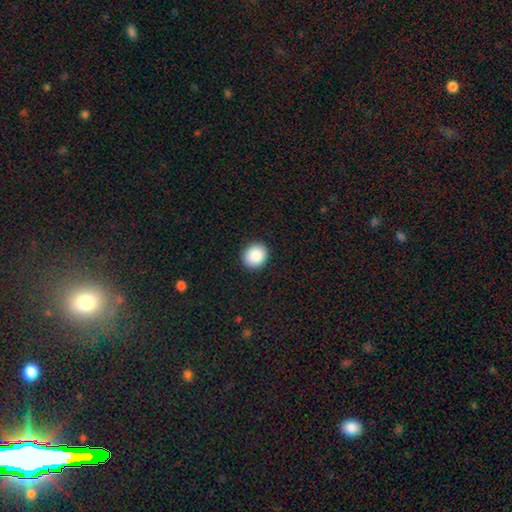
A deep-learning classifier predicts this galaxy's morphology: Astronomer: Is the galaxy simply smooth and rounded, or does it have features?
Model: smooth — 89%.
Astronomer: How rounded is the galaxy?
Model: round — 78%.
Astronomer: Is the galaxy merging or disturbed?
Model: none — 92%.